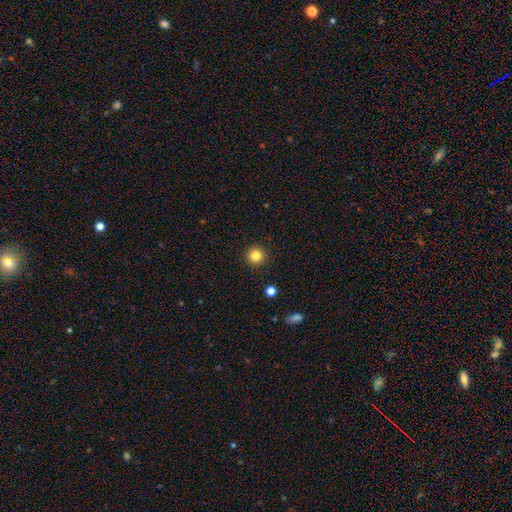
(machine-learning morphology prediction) smooth-or-featured: smooth: 84% | star or artifact: 11% | featured or disk: 5%
  how-rounded: round: 96% | in between: 4% | cigar-shaped: 1%
  merging: none: 92% | minor disturbance: 5% | major disturbance: 2% | merger: 1%